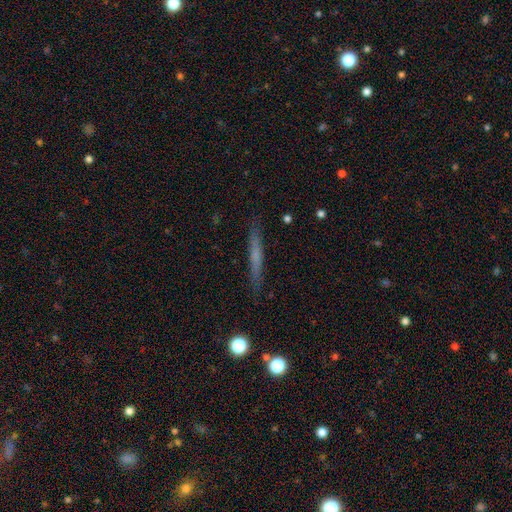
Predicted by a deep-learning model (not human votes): smooth_or_featured: smooth (p=0.48) [alt: featured or disk p=0.44]
merging: none (p=0.89) [alt: minor disturbance p=0.08]